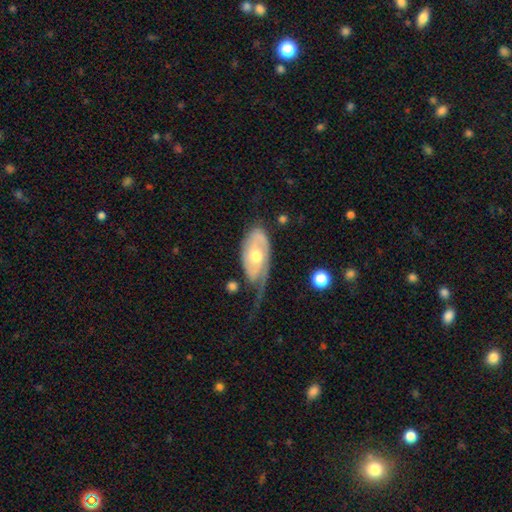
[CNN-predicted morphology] Smooth or featured? featured or disk (71%)
Edge-on disk? no (91%)
Bar? no (73%)
Spiral arms? yes (84%)
Spiral winding? tight (45%)
Spiral arm count? 1 (40%)
Bulge size? moderate (73%)
Merging? major disturbance (35%)